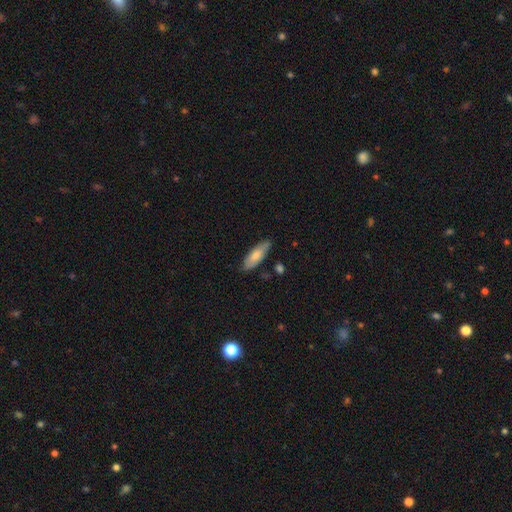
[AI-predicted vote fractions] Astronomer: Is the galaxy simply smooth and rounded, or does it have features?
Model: smooth — 72%.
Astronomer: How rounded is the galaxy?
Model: in between — 62%.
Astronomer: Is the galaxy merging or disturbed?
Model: none — 78%.